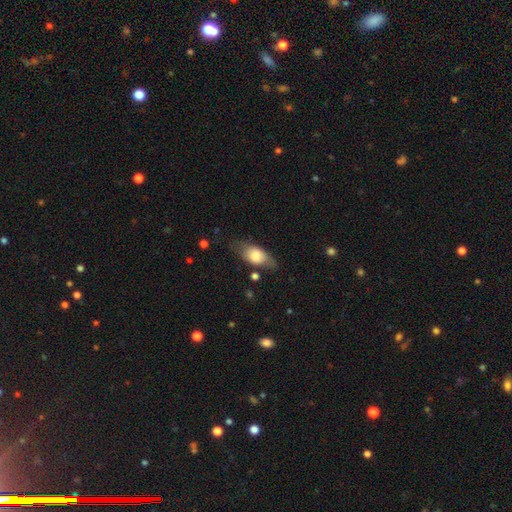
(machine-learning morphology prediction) The model was most divided on "merging": none: 65%, minor disturbance: 23%, major disturbance: 9%, merger: 3%. More confident: how rounded — in between (84%); smooth or featured — smooth (69%).